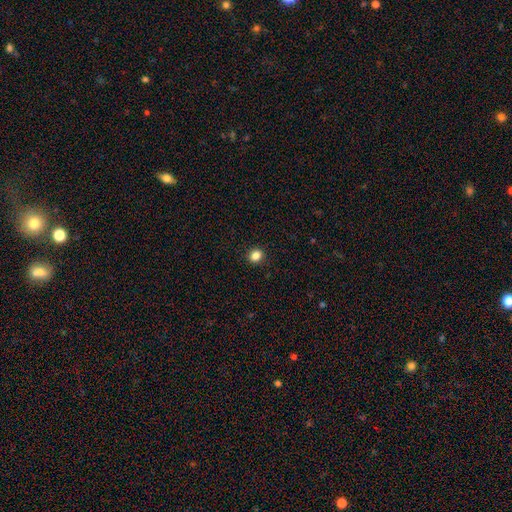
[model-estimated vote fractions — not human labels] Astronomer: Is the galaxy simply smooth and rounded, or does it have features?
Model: smooth — 85%.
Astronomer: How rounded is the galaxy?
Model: round — 84%.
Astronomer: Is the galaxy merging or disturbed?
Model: none — 92%.